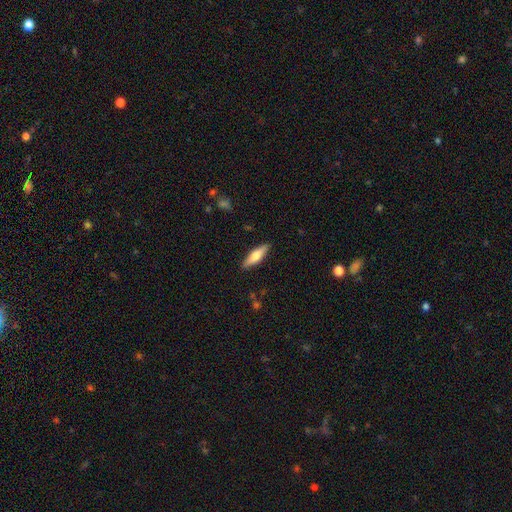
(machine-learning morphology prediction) Smooth or featured: smooth — 58% (featured or disk — 36%)
How rounded: cigar-shaped — 61% (in between — 37%)
Merging: none — 89% (minor disturbance — 8%)